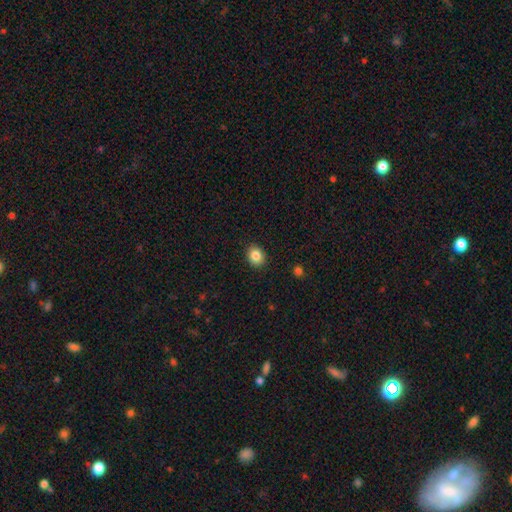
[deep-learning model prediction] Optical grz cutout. It shows a smooth galaxy with no disk features (85%) that is round (64%). Merging: none (91%).